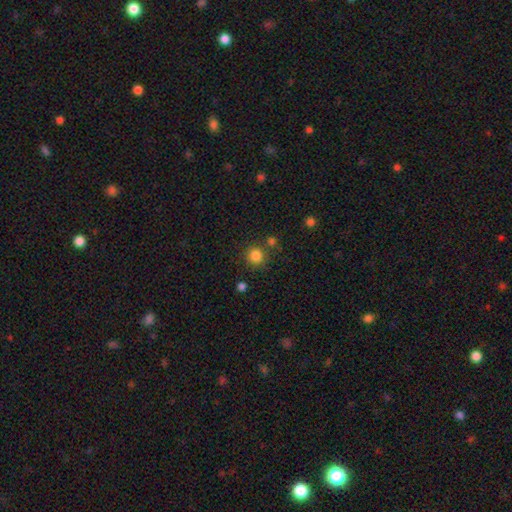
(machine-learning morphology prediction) Smooth or featured? smooth (84%)
How rounded? round (92%)
Merging? none (79%)